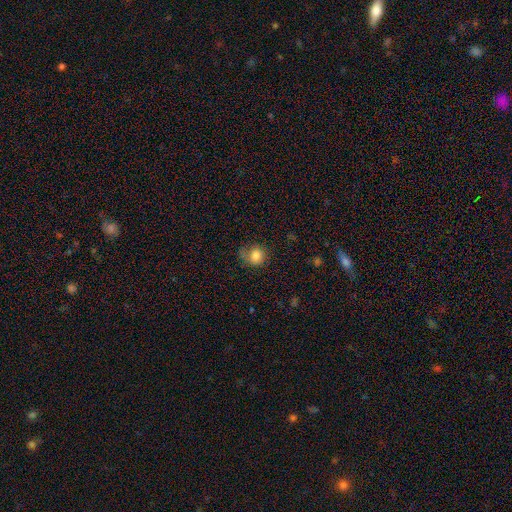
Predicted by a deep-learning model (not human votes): A smooth galaxy with no disk features (81%) that is round (78%).

Vote fractions:
- Smooth or featured? smooth: 81% / featured or disk: 10% / star or artifact: 9%
- How rounded? round: 78% / in between: 22% / cigar-shaped: 1%
- Merging? none: 53% / minor disturbance: 28% / major disturbance: 17% / merger: 3%